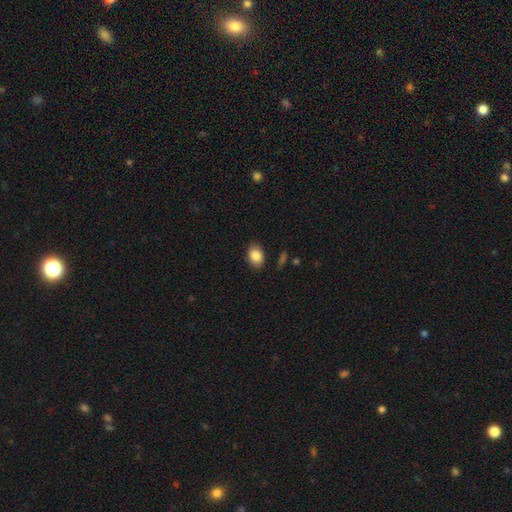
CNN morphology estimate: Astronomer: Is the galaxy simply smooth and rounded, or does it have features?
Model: smooth — 85%.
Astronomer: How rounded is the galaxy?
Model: in between — 81%.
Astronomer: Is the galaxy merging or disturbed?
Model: none — 82%.